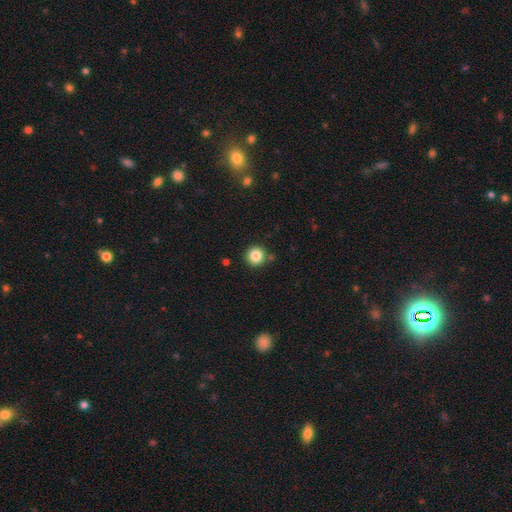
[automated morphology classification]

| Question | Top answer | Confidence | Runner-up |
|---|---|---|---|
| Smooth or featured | smooth | 85% | star or artifact (11%) |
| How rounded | round | 95% | in between (4%) |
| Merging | none | 87% | minor disturbance (7%) |